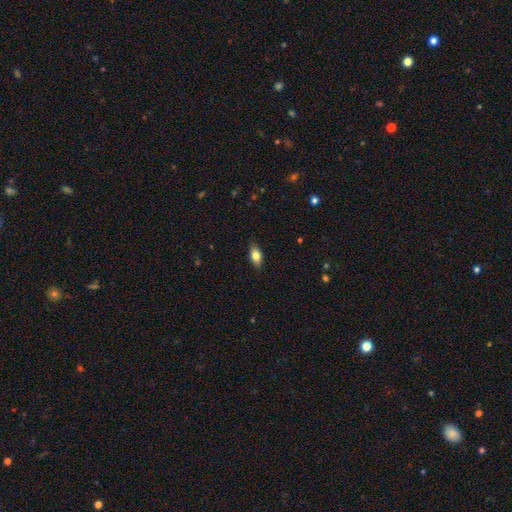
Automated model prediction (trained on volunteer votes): Morphology: type=smooth (79%); roundness=in between (88%); merging=none (86%).